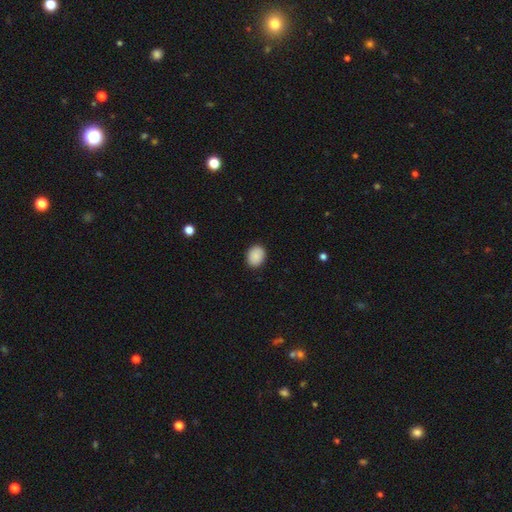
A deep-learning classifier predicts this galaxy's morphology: The model was most divided on "how rounded": round: 52%, in between: 47%, cigar-shaped: 1%. More confident: merging — none (89%); smooth or featured — smooth (88%).